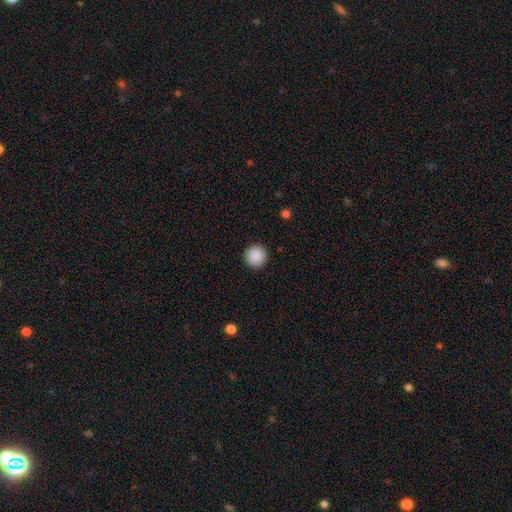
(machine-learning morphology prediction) Q: Smooth or featured?
A: smooth (90%); runner-up: star or artifact (8%)
Q: How rounded?
A: round (96%); runner-up: in between (3%)
Q: Merging?
A: none (92%); runner-up: minor disturbance (5%)